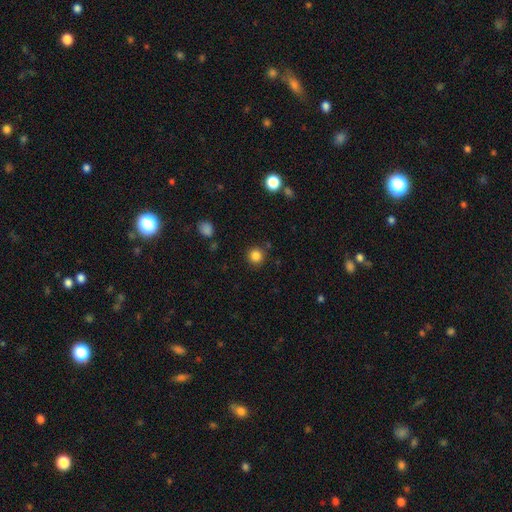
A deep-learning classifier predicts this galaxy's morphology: Smooth or featured?
  - smooth: 84% *
  - star or artifact: 12%
  - featured or disk: 4%
How rounded?
  - round: 94% *
  - in between: 6%
  - cigar-shaped: 1%
Merging?
  - none: 87% *
  - minor disturbance: 7%
  - merger: 3%
  - major disturbance: 3%